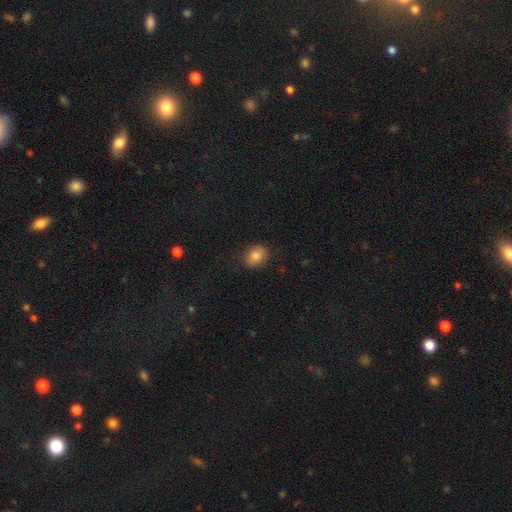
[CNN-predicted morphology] Q: Smooth or featured?
A: smooth (81%); runner-up: star or artifact (10%)
Q: How rounded?
A: in between (51%); runner-up: round (48%)
Q: Merging?
A: none (86%); runner-up: minor disturbance (11%)